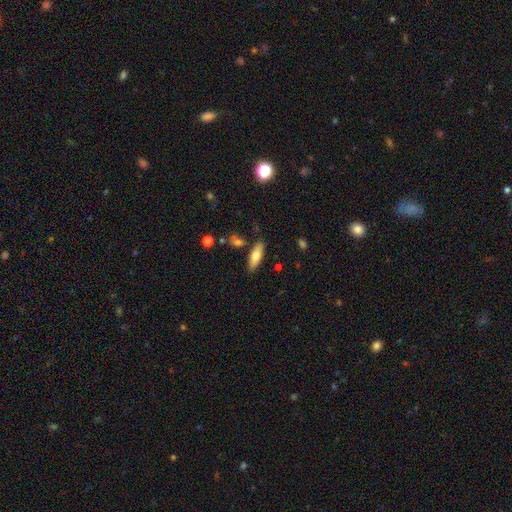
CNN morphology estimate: type=smooth (69%); roundness=in between (52%); merging=none (81%).